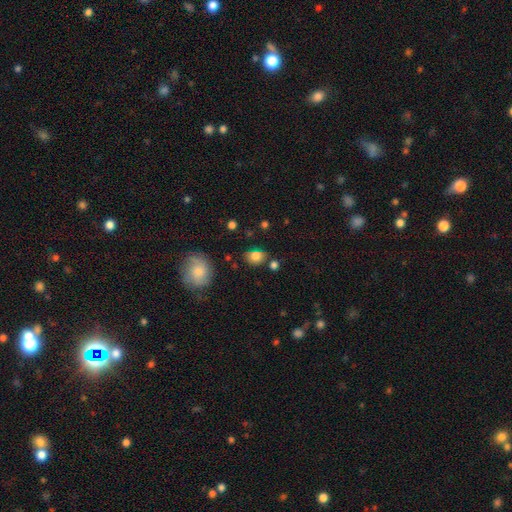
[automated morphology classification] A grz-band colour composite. It shows a smooth galaxy with no disk features (81%) that is in between round and cigar-shaped (60%). Merging: none (72%).